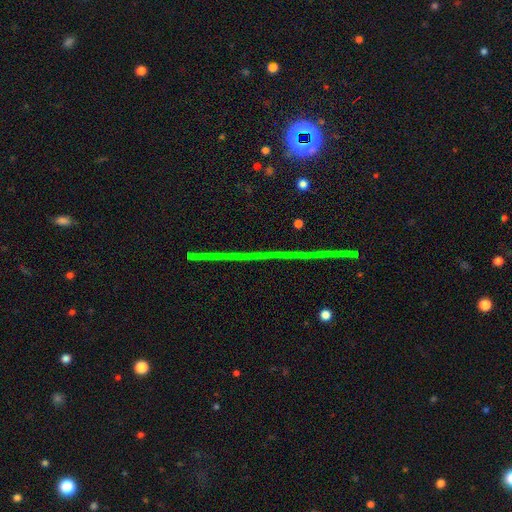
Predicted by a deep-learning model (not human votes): Morphology: type=star or artifact (82%).